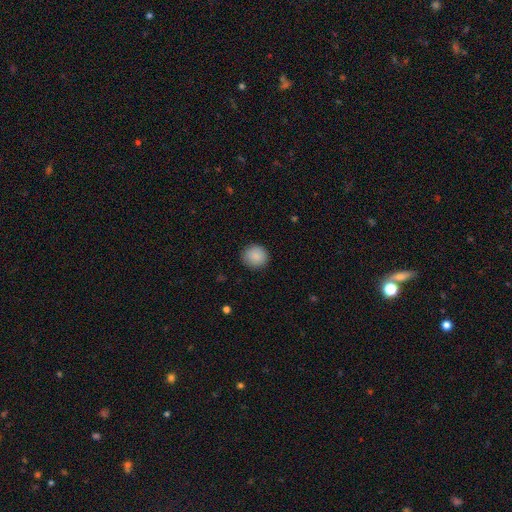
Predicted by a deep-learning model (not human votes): This appears to be a smooth galaxy with no disk features (89%) that is round (87%). Merging: none (89%).